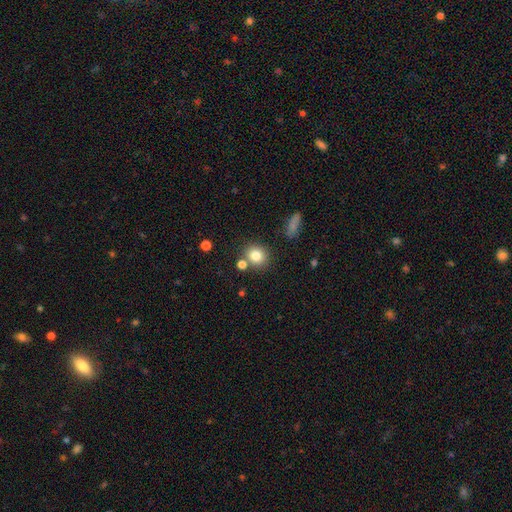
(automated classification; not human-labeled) Smooth or featured? smooth (81%)
How rounded? round (83%)
Merging? none (73%)